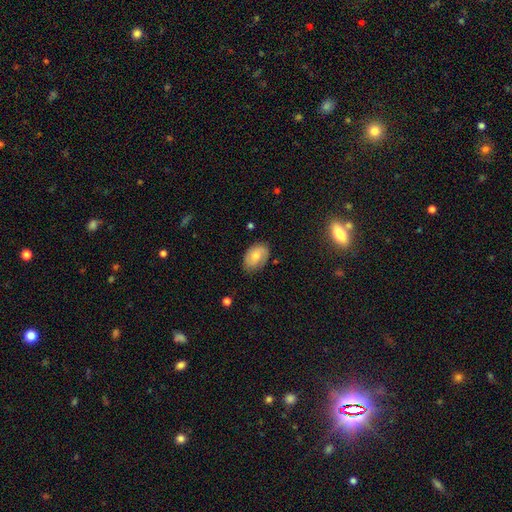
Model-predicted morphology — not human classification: A smooth galaxy with no disk features (59%) that is in between round and cigar-shaped (84%). Merging: none (76%).